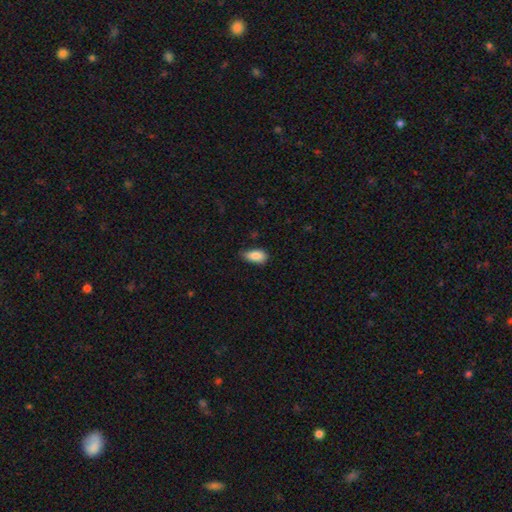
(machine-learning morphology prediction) The model was most divided on "merging": none: 66%, minor disturbance: 29%, major disturbance: 4%, merger: 1%. More confident: how rounded — in between (91%); smooth or featured — smooth (87%).